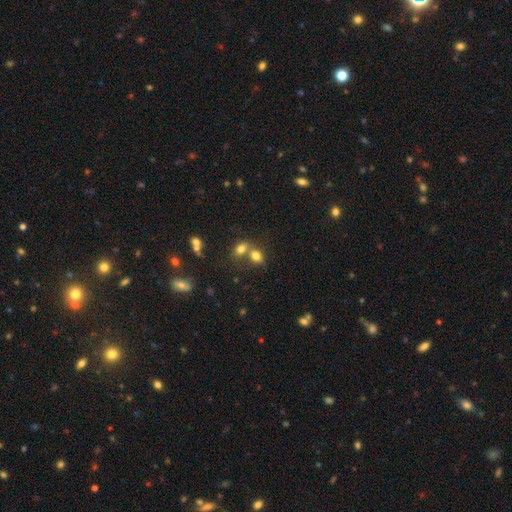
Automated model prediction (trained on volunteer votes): Smooth or featured? smooth (77%)
How rounded? in between (63%)
Merging? merger (51%)